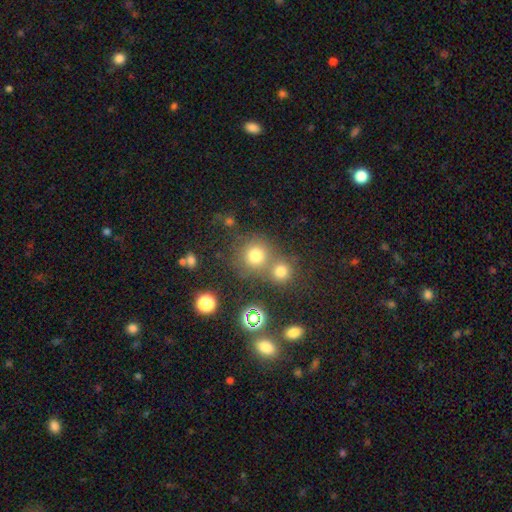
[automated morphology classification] smooth 73%, star or artifact 18%, featured or disk 8%. Down the decision tree: how rounded — round (90%); merging — none (53%).